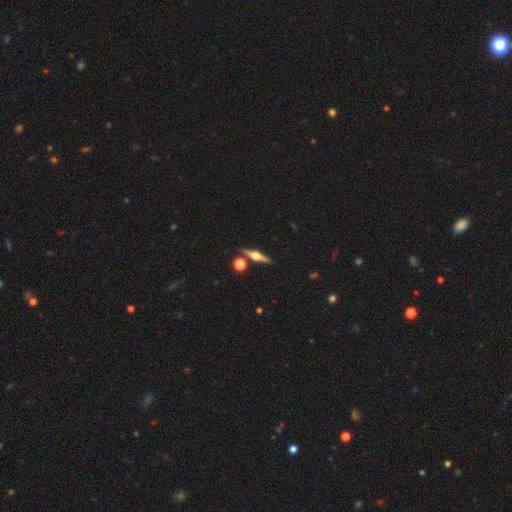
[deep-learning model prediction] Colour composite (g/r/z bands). It shows a featured or disk galaxy (73%) viewed edge-on (97%) with a rounded central bulge (93%). Merging: none (85%).